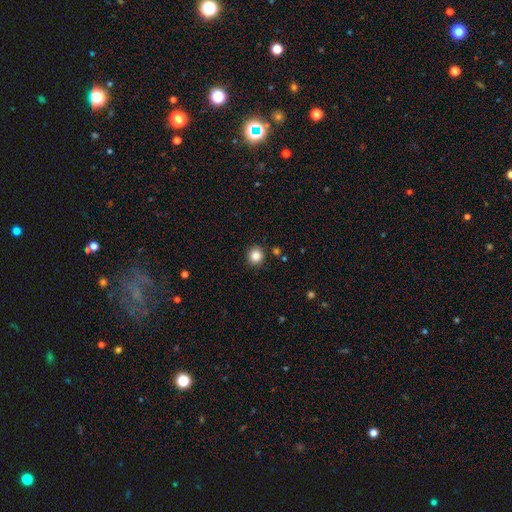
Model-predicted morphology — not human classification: This appears to be a smooth galaxy with no disk features (86%) that is round (92%). Merging: none (89%).